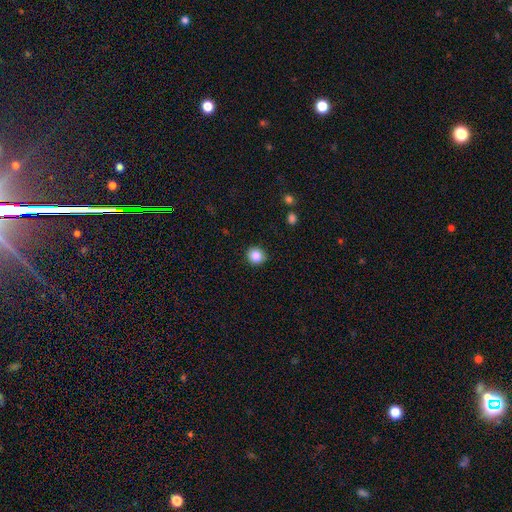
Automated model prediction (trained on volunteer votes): Q: Smooth or featured?
A: smooth (86%); runner-up: star or artifact (10%)
Q: How rounded?
A: round (88%); runner-up: in between (12%)
Q: Merging?
A: none (89%); runner-up: minor disturbance (8%)